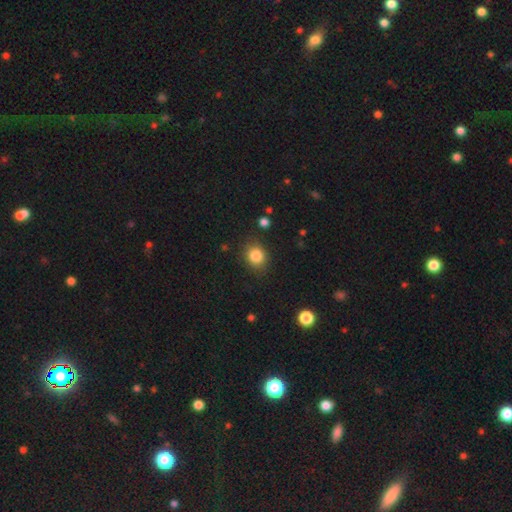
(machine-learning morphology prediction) type=smooth (84%); roundness=round (76%); merging=none (84%).